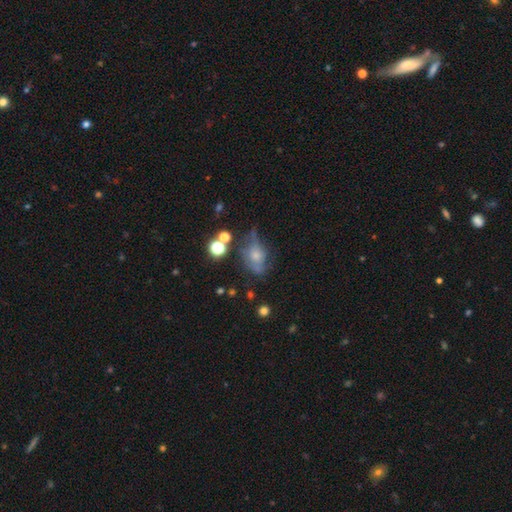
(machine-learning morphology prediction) The model was most divided on "merging": none: 38%, minor disturbance: 32%, major disturbance: 23%, merger: 8%. More confident: how rounded — in between (71%); smooth or featured — smooth (52%).